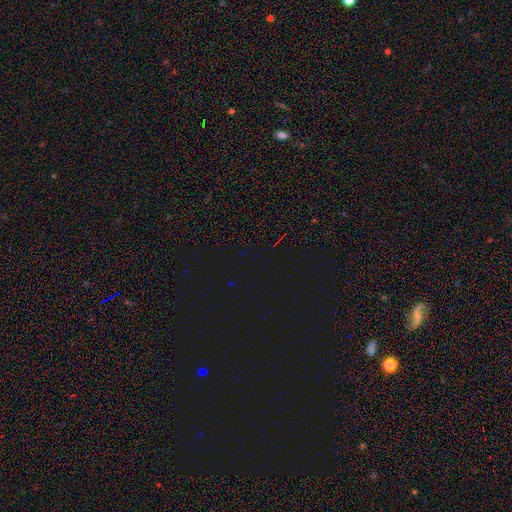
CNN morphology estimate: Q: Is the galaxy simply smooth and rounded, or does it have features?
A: star or artifact — 80%.